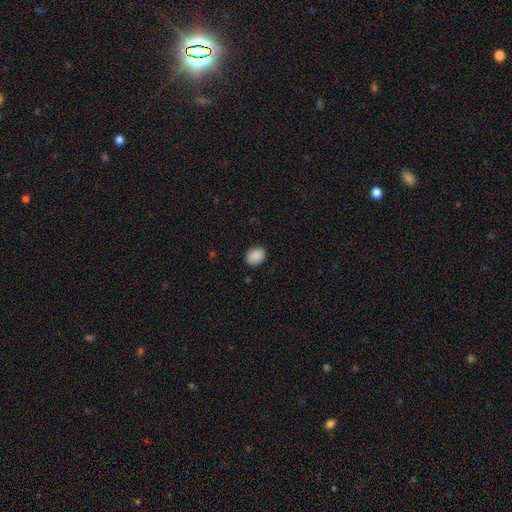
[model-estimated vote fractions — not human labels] A smooth galaxy with no disk features (89%) that is in between round and cigar-shaped (62%). Merging: none (85%).